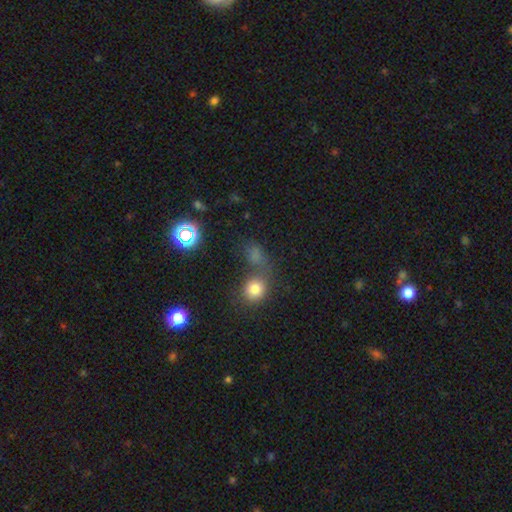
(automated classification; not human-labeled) This appears to be a smooth galaxy with no disk features (62%) that is round (56%). Merging: none (49%).